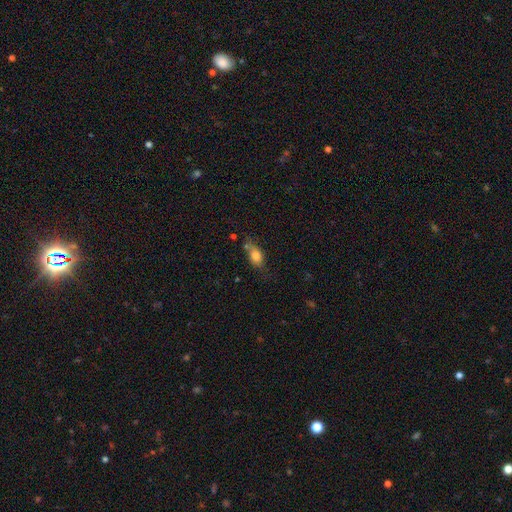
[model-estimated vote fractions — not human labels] Smooth or featured? smooth (76%)
How rounded? in between (72%)
Merging? none (52%)